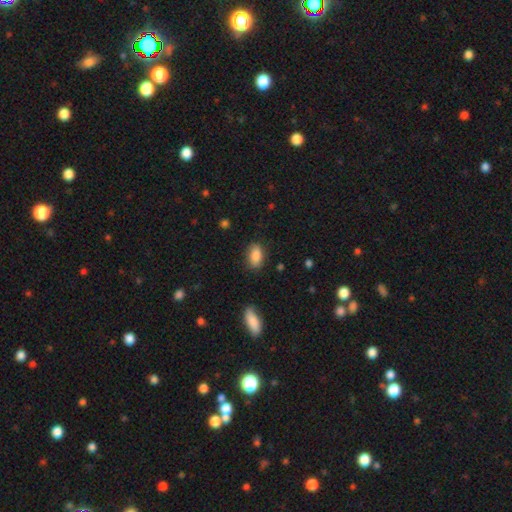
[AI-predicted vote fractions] Overall: smooth (86%). How rounded: in between (89%). Merging: none (82%).